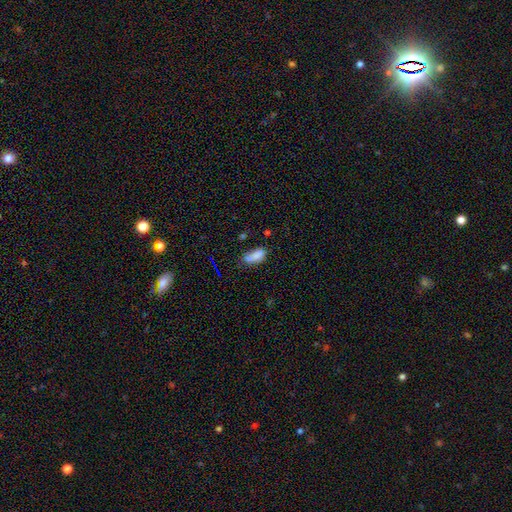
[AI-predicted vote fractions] smooth-or-featured: smooth: 79% | star or artifact: 10% | featured or disk: 10%
  how-rounded: in between: 84% | cigar-shaped: 13% | round: 3%
  merging: none: 47% | minor disturbance: 29% | merger: 13% | major disturbance: 11%